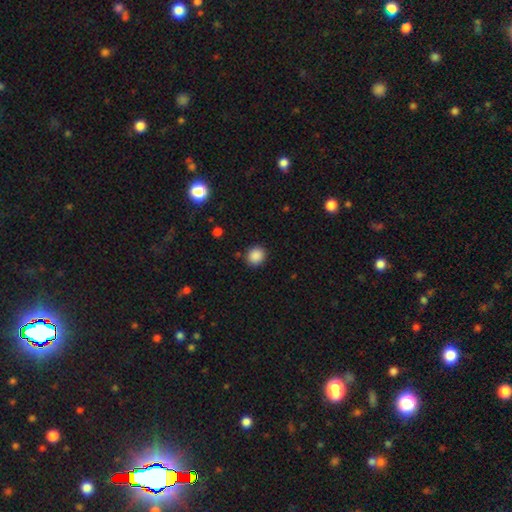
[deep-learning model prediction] A smooth galaxy with no disk features (88%) that is round (83%). Merging: none (89%).